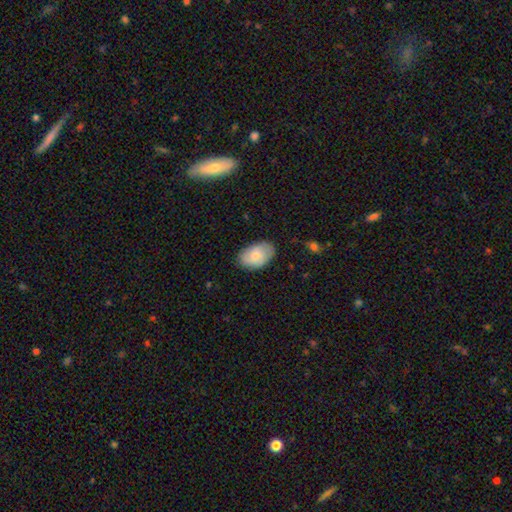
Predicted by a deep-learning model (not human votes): smooth 67%, featured or disk 27%, star or artifact 6%. Down the decision tree: how rounded — in between (90%); merging — none (80%).